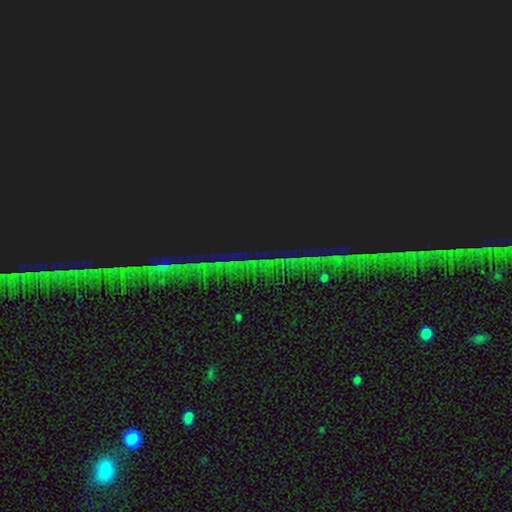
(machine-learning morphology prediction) Q: Smooth or featured?
A: star or artifact (89%); runner-up: featured or disk (6%)